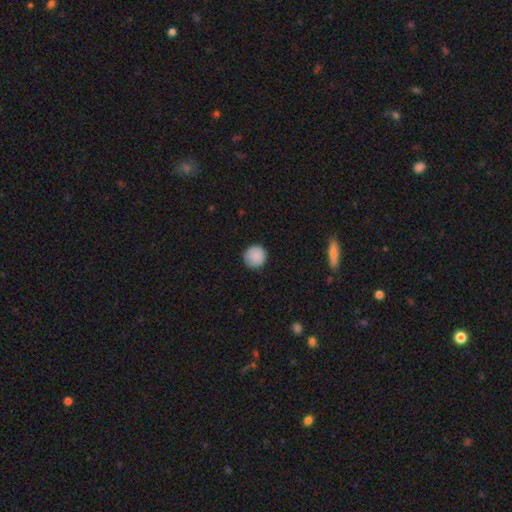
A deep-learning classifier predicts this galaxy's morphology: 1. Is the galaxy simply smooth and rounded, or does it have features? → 89% smooth, 7% star or artifact, 4% featured or disk.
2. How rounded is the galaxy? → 96% round, 3% in between, 1% cigar-shaped.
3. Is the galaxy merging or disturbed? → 90% none, 7% minor disturbance, 2% major disturbance, 1% merger.